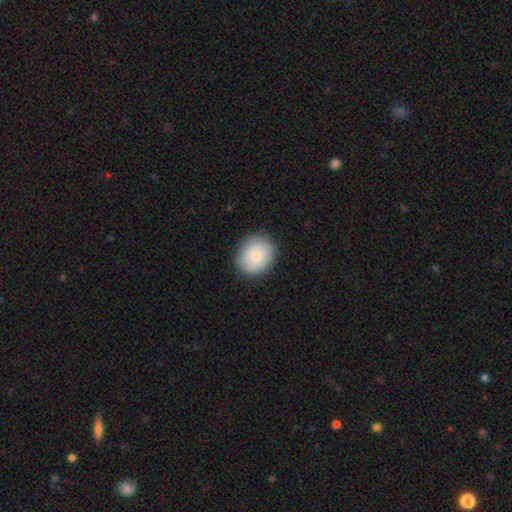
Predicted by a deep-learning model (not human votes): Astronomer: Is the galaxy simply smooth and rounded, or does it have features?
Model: smooth — 80%.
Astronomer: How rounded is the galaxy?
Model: round — 67%.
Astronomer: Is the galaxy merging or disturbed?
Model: none — 85%.